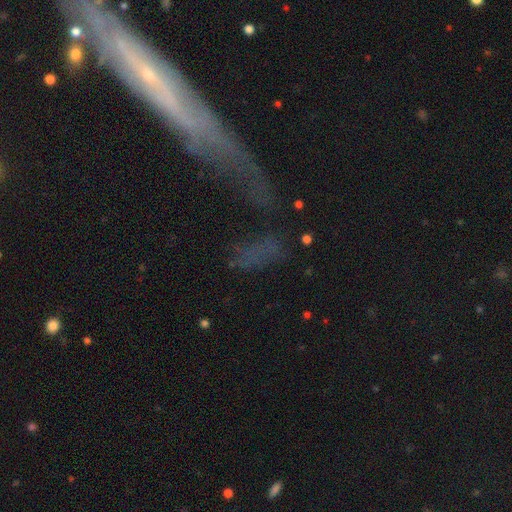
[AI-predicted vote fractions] This is marginally a star or artifact rather than a galaxy (37%).